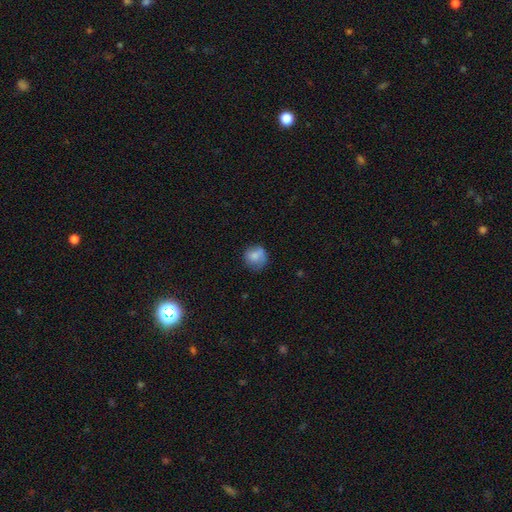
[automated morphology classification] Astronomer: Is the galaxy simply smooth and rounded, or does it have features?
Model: smooth — 79%.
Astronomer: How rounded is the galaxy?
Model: round — 86%.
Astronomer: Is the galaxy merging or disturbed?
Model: none — 66%.